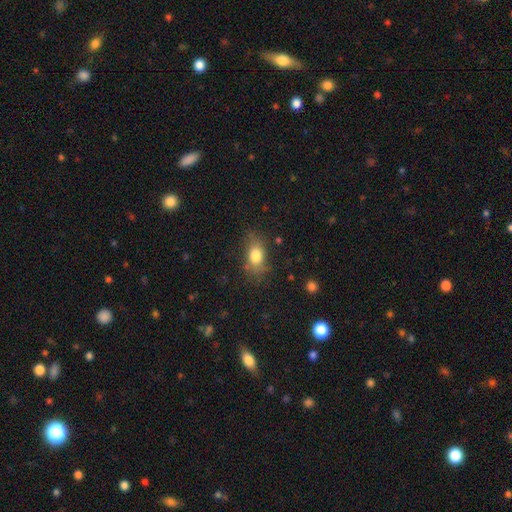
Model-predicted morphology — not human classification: The model was most divided on "merging": none: 69%, minor disturbance: 21%, major disturbance: 8%, merger: 2%. More confident: how rounded — in between (79%); smooth or featured — smooth (79%).